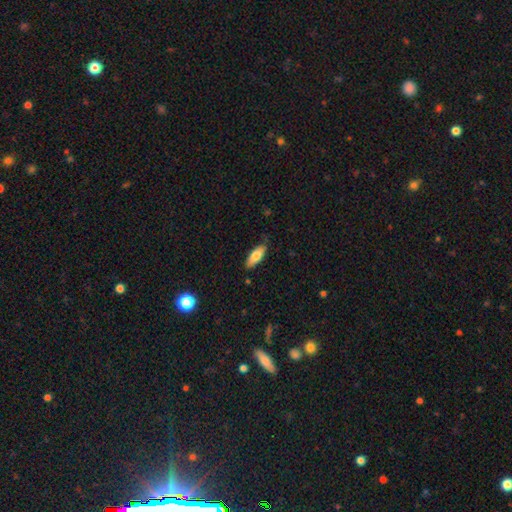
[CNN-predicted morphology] smooth 77%, featured or disk 16%, star or artifact 6%. Down the decision tree: how rounded — in between (74%); merging — none (81%).